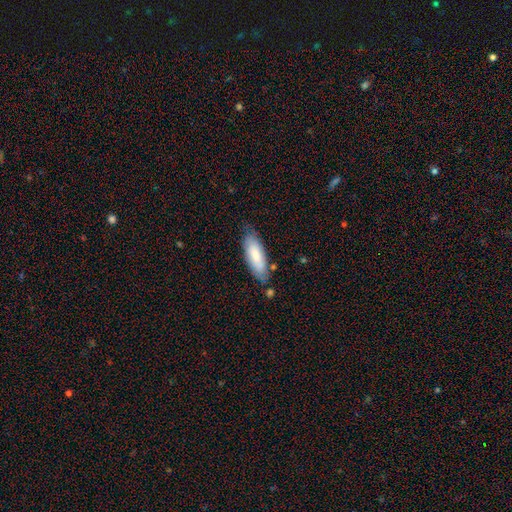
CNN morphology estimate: smooth_or_featured: smooth (p=0.78) [alt: featured or disk p=0.16]
how_rounded: in between (p=0.62) [alt: cigar-shaped p=0.36]
merging: none (p=0.72) [alt: minor disturbance p=0.20]